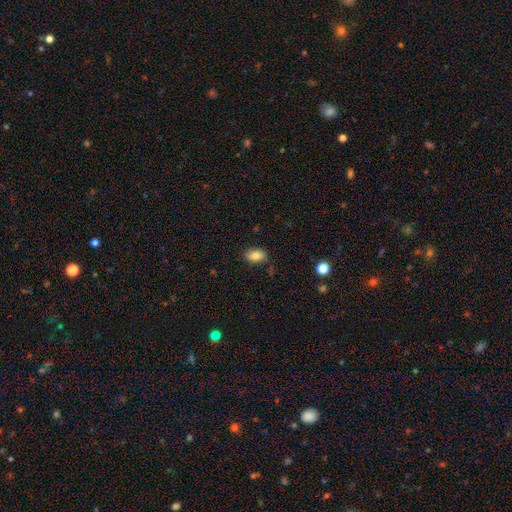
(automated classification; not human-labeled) The model was most divided on "merging": none: 83%, minor disturbance: 12%, major disturbance: 3%, merger: 2%. More confident: how rounded — in between (89%); smooth or featured — smooth (83%).